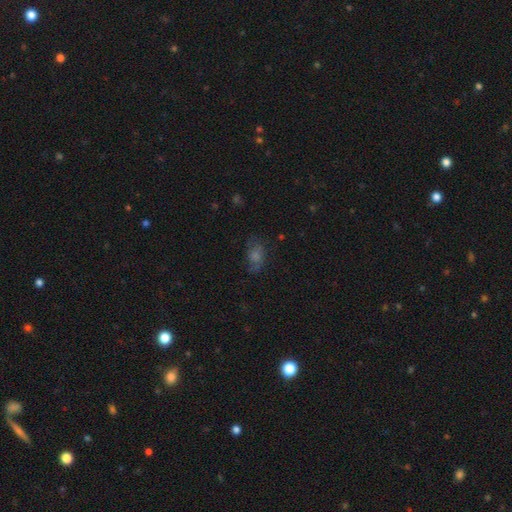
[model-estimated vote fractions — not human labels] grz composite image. It shows a smooth galaxy with no disk features (40%). Merging: none (70%).